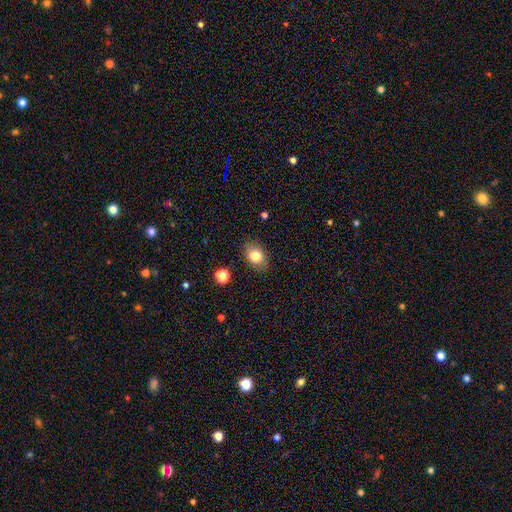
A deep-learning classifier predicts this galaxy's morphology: A smooth galaxy with no disk features (80%) that is in between round and cigar-shaped (70%).

Vote fractions:
- Smooth or featured? smooth: 80% / featured or disk: 10% / star or artifact: 10%
- How rounded? in between: 70% / round: 28% / cigar-shaped: 1%
- Merging? none: 85% / minor disturbance: 11% / major disturbance: 3% / merger: 2%